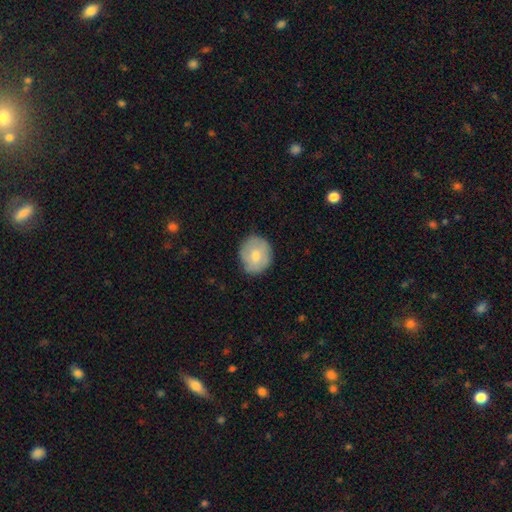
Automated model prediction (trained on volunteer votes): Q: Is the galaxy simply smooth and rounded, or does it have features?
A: smooth — 70%.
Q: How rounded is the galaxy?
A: round — 80%.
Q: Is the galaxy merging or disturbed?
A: none — 81%.